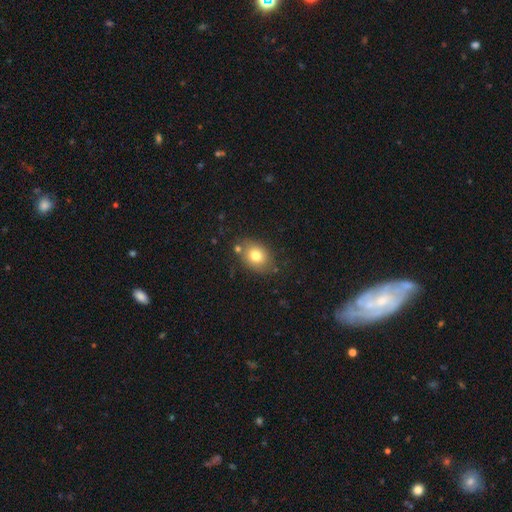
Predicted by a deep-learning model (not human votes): smooth 77%, featured or disk 13%, star or artifact 10%. Down the decision tree: how rounded — in between (64%); merging — none (75%).